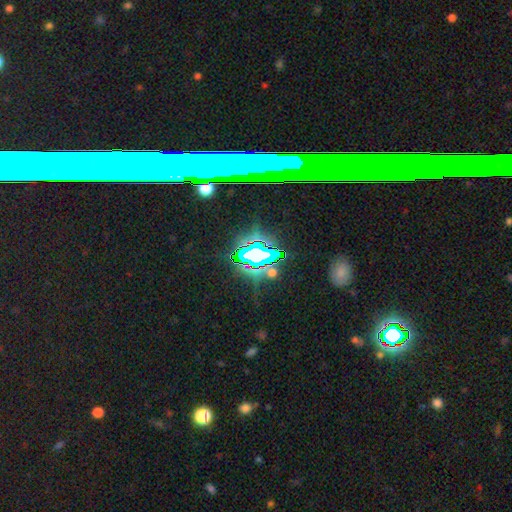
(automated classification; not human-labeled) Smooth or featured? Predicted: star or artifact (p=0.72).